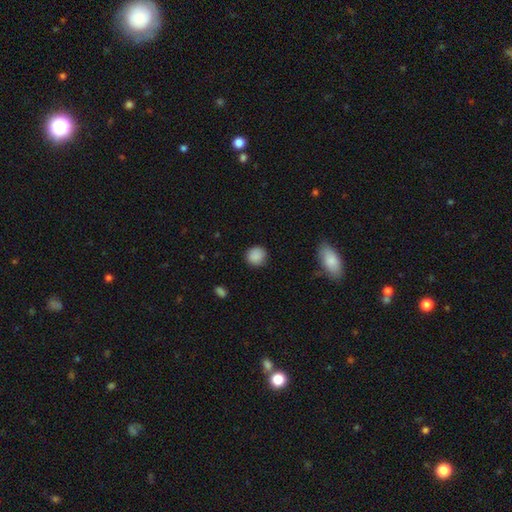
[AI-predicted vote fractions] smooth 88%, star or artifact 9%, featured or disk 4%. Down the decision tree: how rounded — round (88%); merging — none (85%).